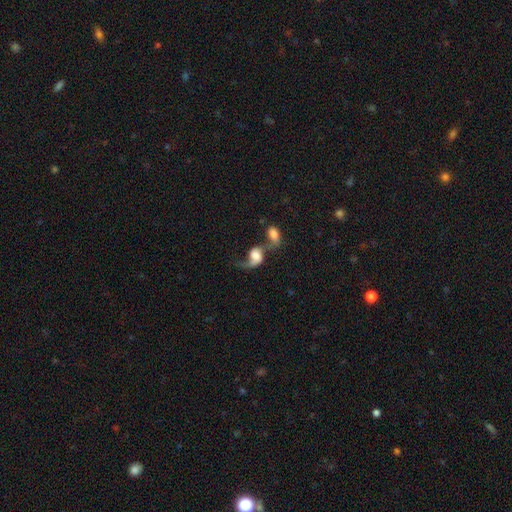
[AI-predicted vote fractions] Smooth or featured?
  - featured or disk: 50% *
  - smooth: 40%
  - star or artifact: 10%
Edge-on disk?
  - no: 94% *
  - yes: 6%
Merging?
  - merger: 64% *
  - major disturbance: 16%
  - none: 14%
  - minor disturbance: 7%